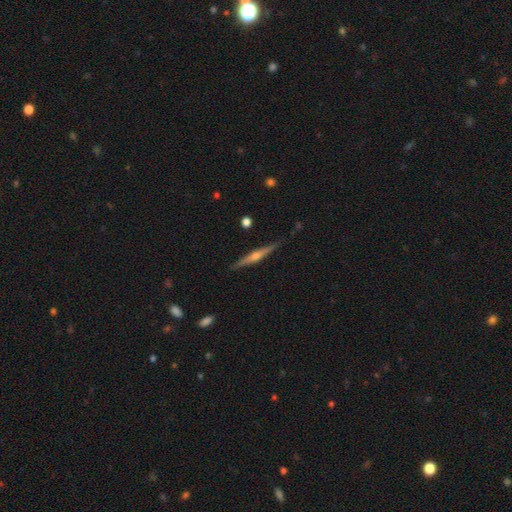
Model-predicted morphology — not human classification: smooth_or_featured: featured or disk (p=0.80) [alt: smooth p=0.14]
disk_edge_on: yes (p=0.98) [alt: no p=0.02]
edge_on_bulge: rounded (p=0.86) [alt: boxy p=0.07]
merging: none (p=0.88) [alt: minor disturbance p=0.09]